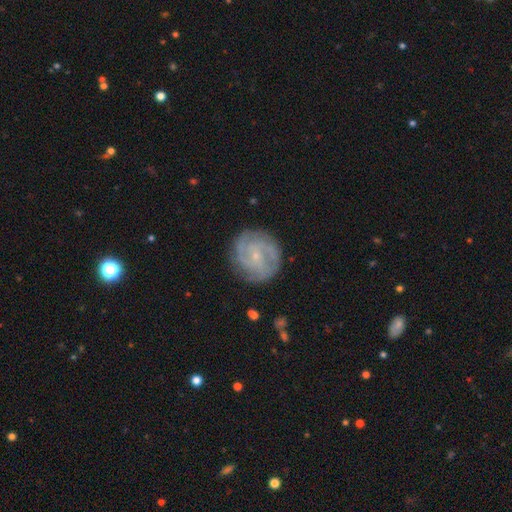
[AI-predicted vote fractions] Morphology: type=featured or disk (80%); edge-on=no (98%); bar=no (59%); spiral arms=yes (94%); winding=tight (56%); arm count=2 (28%); bulge=small (83%); merging=none (82%).